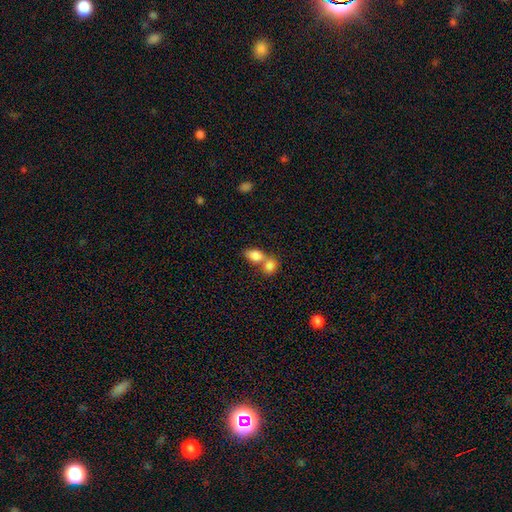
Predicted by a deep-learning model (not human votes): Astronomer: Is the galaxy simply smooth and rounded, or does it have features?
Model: smooth — 82%.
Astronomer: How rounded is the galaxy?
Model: in between — 80%.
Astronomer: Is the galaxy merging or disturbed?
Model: merger — 61%.